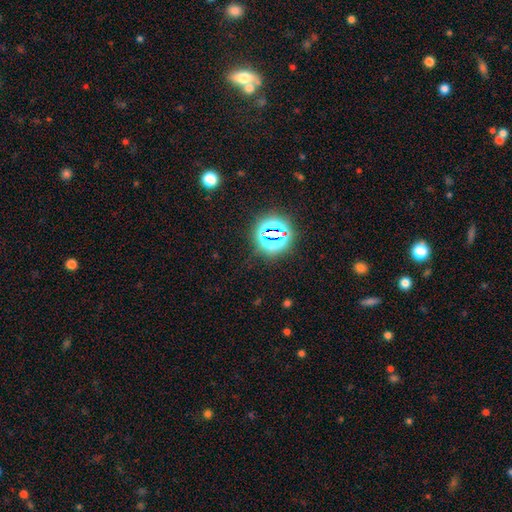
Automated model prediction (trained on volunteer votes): smooth_or_featured: star or artifact (p=0.79) [alt: smooth p=0.14]